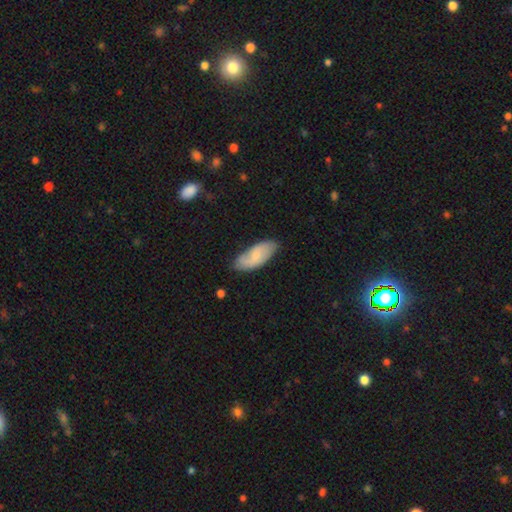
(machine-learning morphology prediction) smooth-or-featured: smooth: 61% | featured or disk: 34% | star or artifact: 6%
  how-rounded: in between: 85% | cigar-shaped: 13% | round: 2%
  merging: none: 71% | minor disturbance: 23% | major disturbance: 4% | merger: 2%